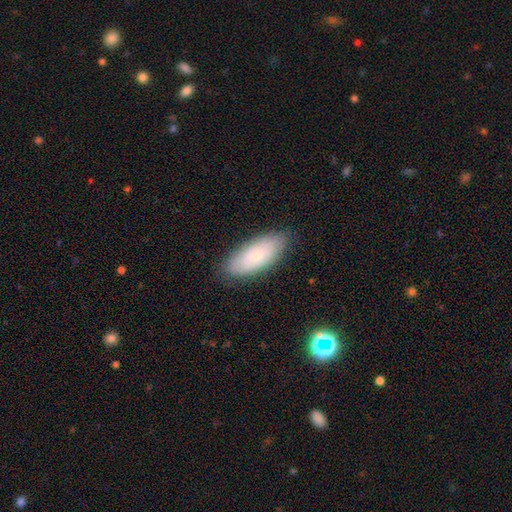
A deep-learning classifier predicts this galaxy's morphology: Smooth or featured: smooth — 66% (featured or disk — 26%)
How rounded: in between — 84% (cigar-shaped — 13%)
Merging: none — 83% (minor disturbance — 13%)